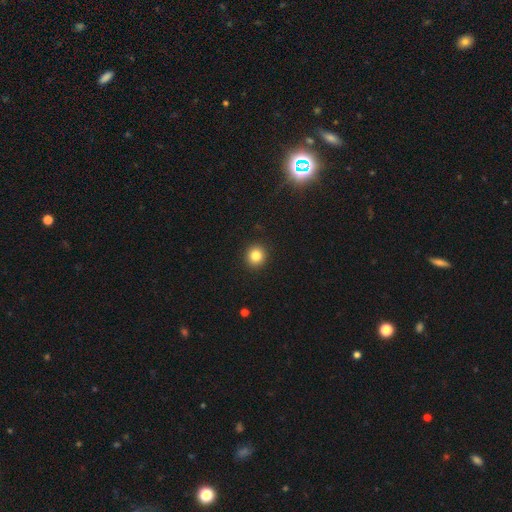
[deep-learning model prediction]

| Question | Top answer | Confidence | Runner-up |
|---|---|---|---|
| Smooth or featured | smooth | 84% | star or artifact (11%) |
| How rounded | round | 90% | in between (9%) |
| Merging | none | 92% | minor disturbance (5%) |